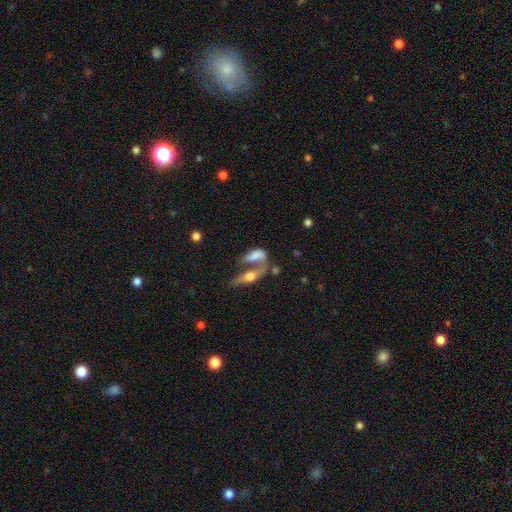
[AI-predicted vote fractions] smooth-or-featured: smooth: 53% | featured or disk: 38% | star or artifact: 9%
  how-rounded: in between: 69% | cigar-shaped: 24% | round: 6%
  merging: merger: 63% | none: 18% | major disturbance: 12% | minor disturbance: 8%